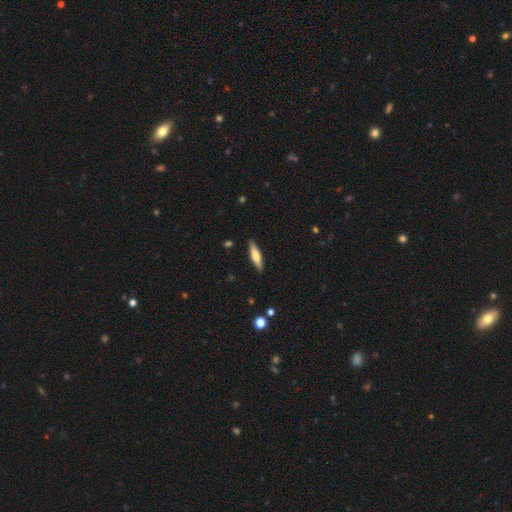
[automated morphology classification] This appears to be a smooth galaxy with no disk features (57%) that is cigar-shaped (73%). Merging: none (89%).